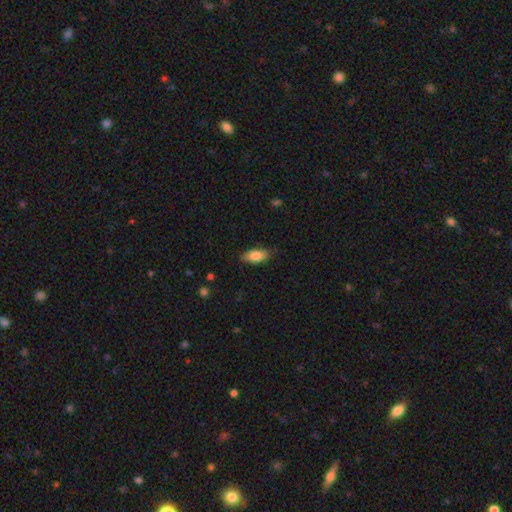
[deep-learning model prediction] Morphology: type=smooth (82%); roundness=in between (86%); merging=none (85%).